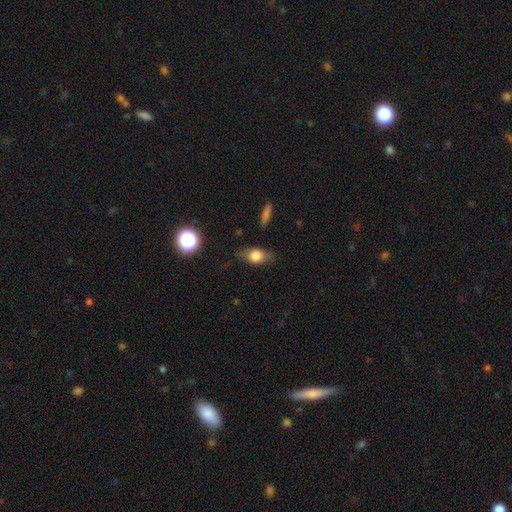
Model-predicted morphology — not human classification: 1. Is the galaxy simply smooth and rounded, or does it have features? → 65% smooth, 25% featured or disk, 10% star or artifact.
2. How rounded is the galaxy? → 69% in between, 23% round, 8% cigar-shaped.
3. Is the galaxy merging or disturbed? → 69% none, 22% minor disturbance, 7% major disturbance, 2% merger.